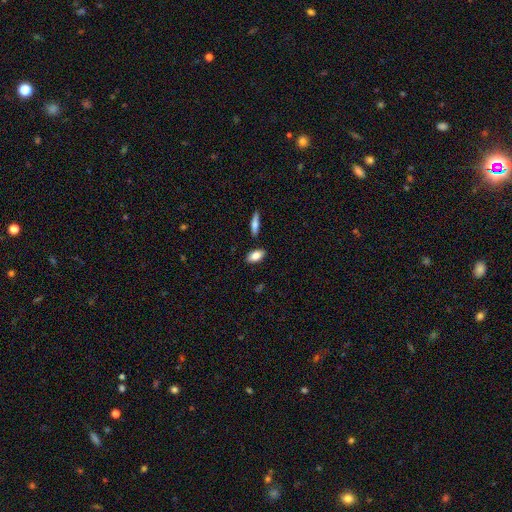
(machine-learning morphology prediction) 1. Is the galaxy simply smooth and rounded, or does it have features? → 83% smooth, 10% featured or disk, 6% star or artifact.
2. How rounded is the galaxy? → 89% in between, 7% cigar-shaped, 4% round.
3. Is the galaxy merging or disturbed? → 84% none, 10% minor disturbance, 4% merger, 2% major disturbance.